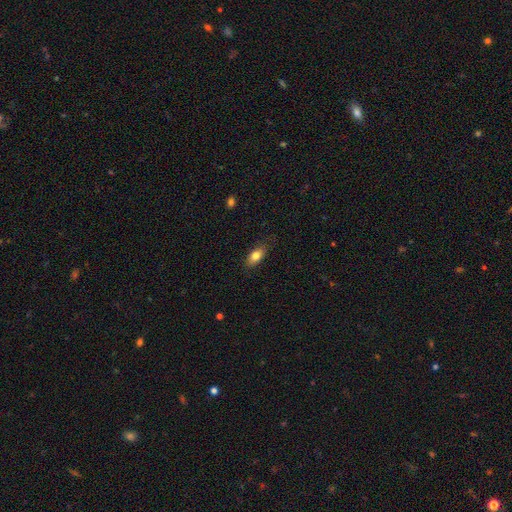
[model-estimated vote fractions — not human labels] Overall: smooth (81%). How rounded: in between (85%). Merging: none (81%).